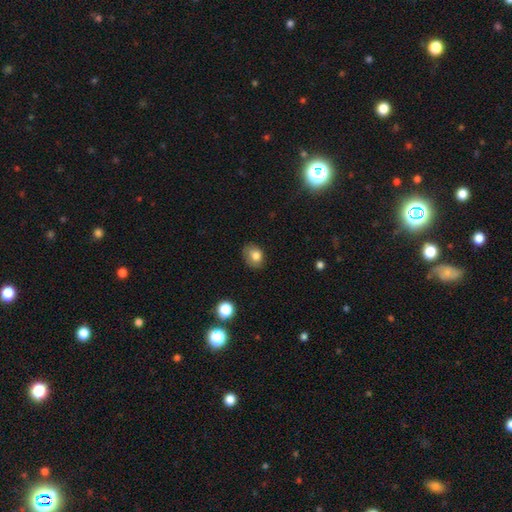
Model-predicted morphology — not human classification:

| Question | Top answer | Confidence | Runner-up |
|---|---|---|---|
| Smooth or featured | smooth | 80% | featured or disk (10%) |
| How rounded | in between | 57% | round (43%) |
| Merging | none | 69% | minor disturbance (24%) |